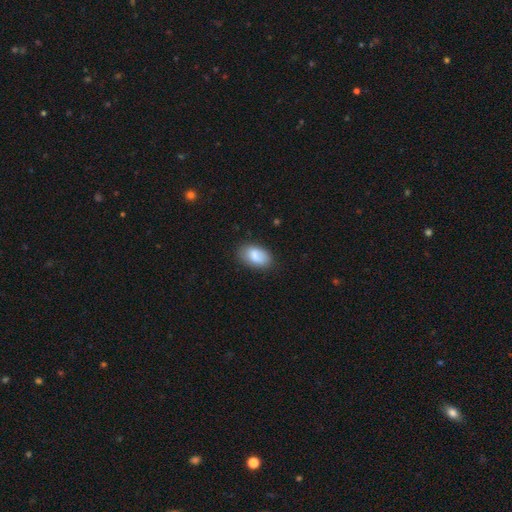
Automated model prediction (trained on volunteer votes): smooth-or-featured: smooth: 83% | featured or disk: 10% | star or artifact: 7%
  how-rounded: in between: 92% | round: 6% | cigar-shaped: 2%
  merging: none: 74% | minor disturbance: 20% | major disturbance: 4% | merger: 2%